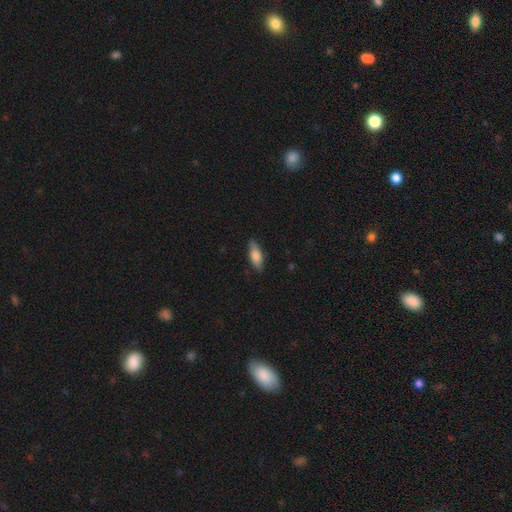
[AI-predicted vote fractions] Smooth or featured?
  - smooth: 79% *
  - featured or disk: 16%
  - star or artifact: 6%
How rounded?
  - in between: 69% *
  - cigar-shaped: 29%
  - round: 2%
Merging?
  - none: 84% *
  - minor disturbance: 13%
  - major disturbance: 2%
  - merger: 1%